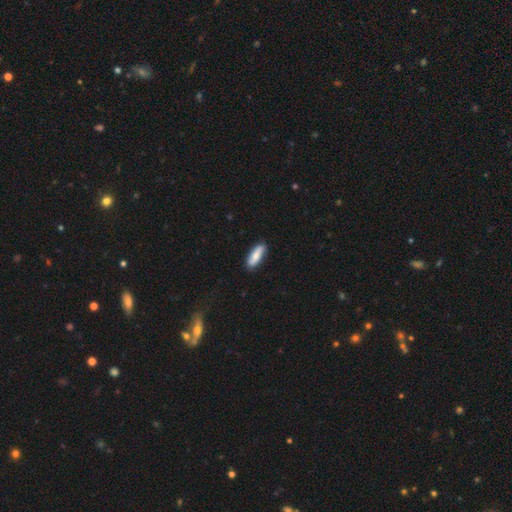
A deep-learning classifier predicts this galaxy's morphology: A smooth galaxy with no disk features (69%) that is in between round and cigar-shaped (58%). Merging: none (83%).